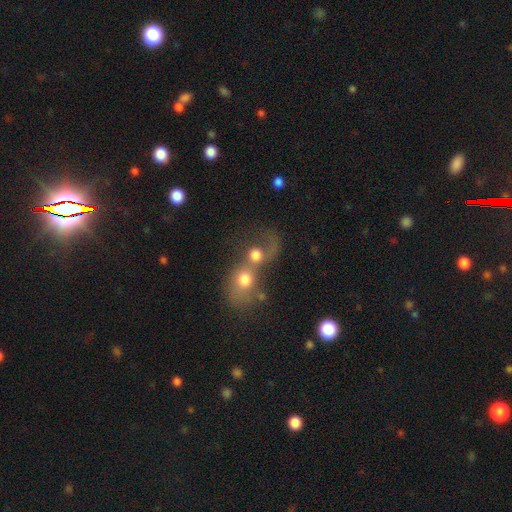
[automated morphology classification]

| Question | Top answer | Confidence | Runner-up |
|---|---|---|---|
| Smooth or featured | smooth | 58% | featured or disk (29%) |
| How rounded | round | 64% | in between (35%) |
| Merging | merger | 75% | none (12%) |